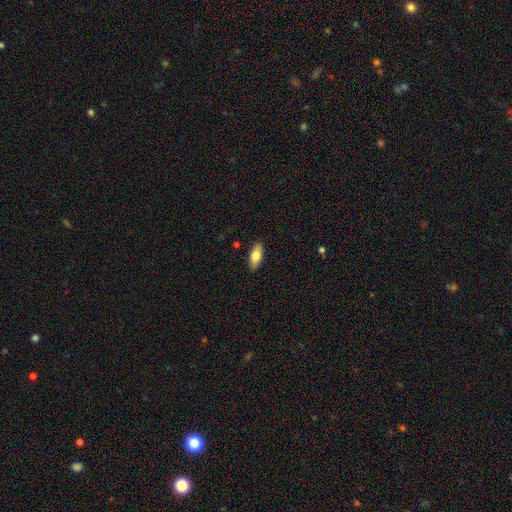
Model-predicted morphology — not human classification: smooth_or_featured: smooth (p=0.75) [alt: featured or disk p=0.19]
how_rounded: in between (p=0.83) [alt: cigar-shaped p=0.15]
merging: none (p=0.89) [alt: minor disturbance p=0.09]